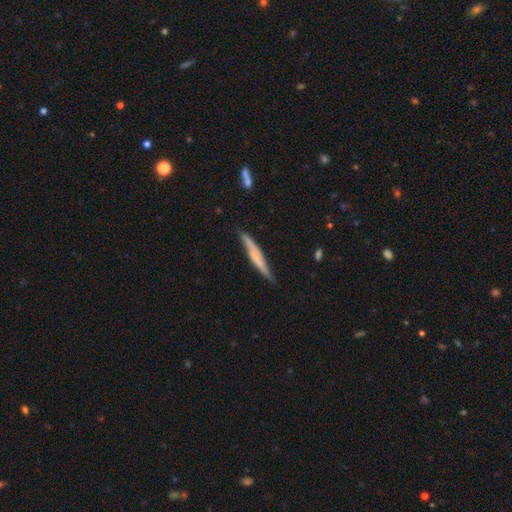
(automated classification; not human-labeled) Q: Smooth or featured?
A: featured or disk (48%); runner-up: smooth (45%)
Q: Merging?
A: none (75%); runner-up: minor disturbance (19%)